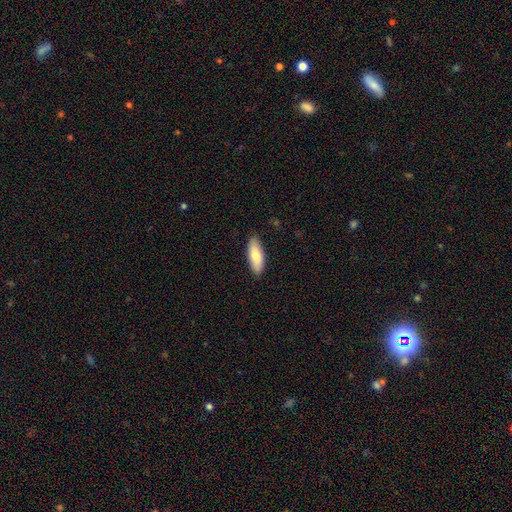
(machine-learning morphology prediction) type=smooth (78%); roundness=in between (67%); merging=none (88%).